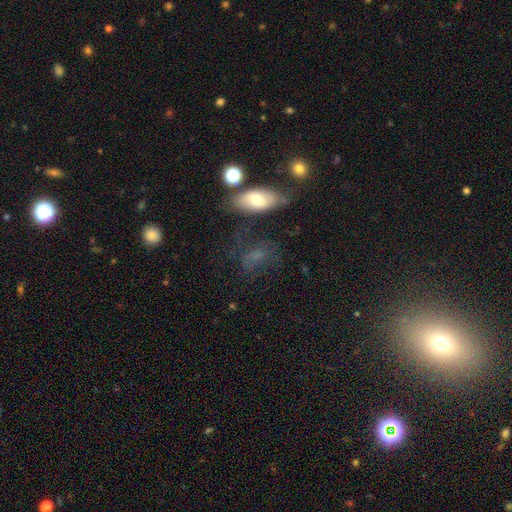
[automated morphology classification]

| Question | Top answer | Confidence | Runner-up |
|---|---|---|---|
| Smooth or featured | smooth | 55% | featured or disk (24%) |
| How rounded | in between | 71% | round (21%) |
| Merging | none | 48% | minor disturbance (23%) |